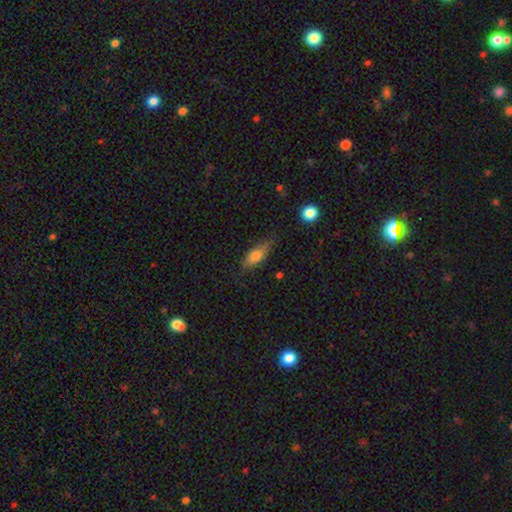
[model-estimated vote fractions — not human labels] A smooth galaxy with no disk features (68%) that is in between round and cigar-shaped (67%).

Vote fractions:
- Smooth or featured? smooth: 68% / featured or disk: 25% / star or artifact: 8%
- How rounded? in between: 67% / cigar-shaped: 30% / round: 3%
- Merging? none: 72% / minor disturbance: 21% / major disturbance: 5% / merger: 2%